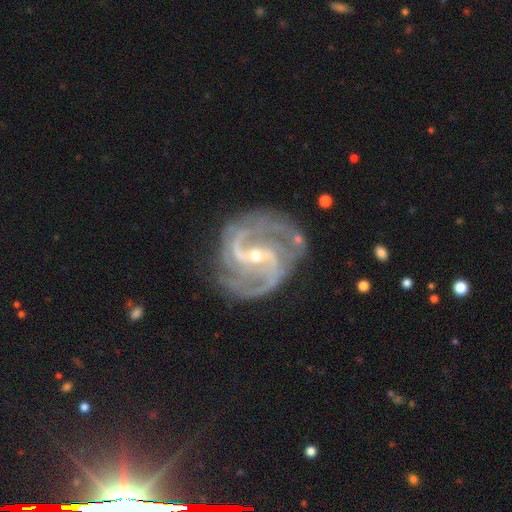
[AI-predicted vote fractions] Morphology: type=featured or disk (92%); edge-on=no (98%); bar=weak (42%); spiral arms=yes (98%); winding=medium (57%); arm count=2 (64%); bulge=small (64%); merging=none (71%).